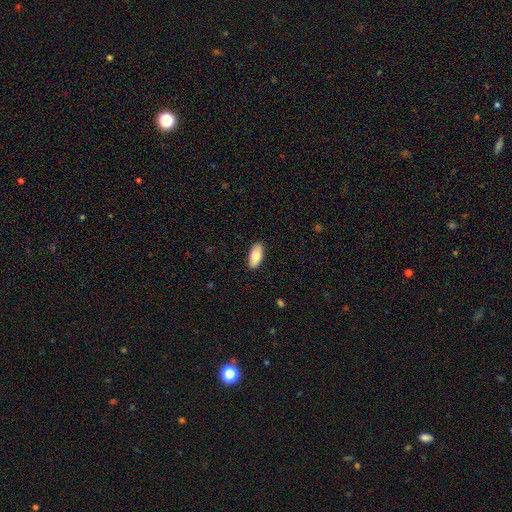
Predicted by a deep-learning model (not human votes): Overall: smooth (81%). How rounded: in between (90%). Merging: none (89%).